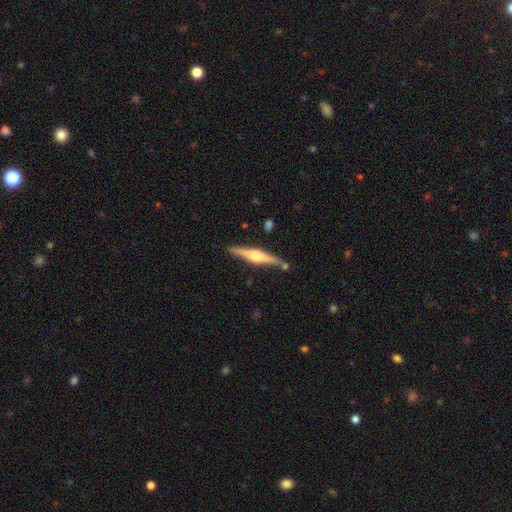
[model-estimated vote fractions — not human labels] A featured or disk galaxy (75%) viewed edge-on (98%) with a rounded central bulge (85%).

Vote fractions:
- Smooth or featured? featured or disk: 75% / smooth: 20% / star or artifact: 5%
- Edge-on disk? yes: 98% / no: 2%
- Edge-on bulge? rounded: 85% / boxy: 12% / none: 3%
- Merging? none: 84% / minor disturbance: 10% / merger: 4% / major disturbance: 2%